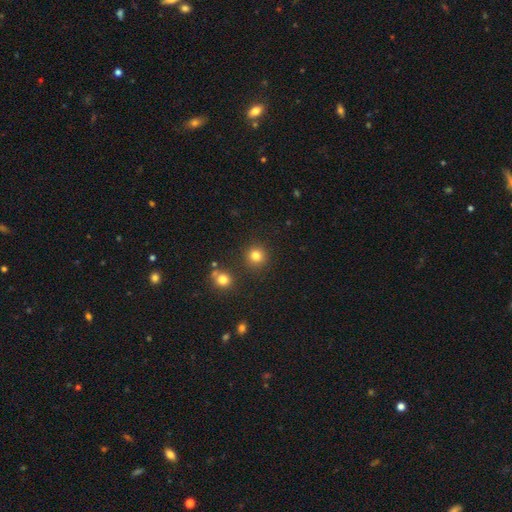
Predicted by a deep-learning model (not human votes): This appears to be a smooth galaxy with no disk features (81%) that is round (93%). Merging: none (88%).